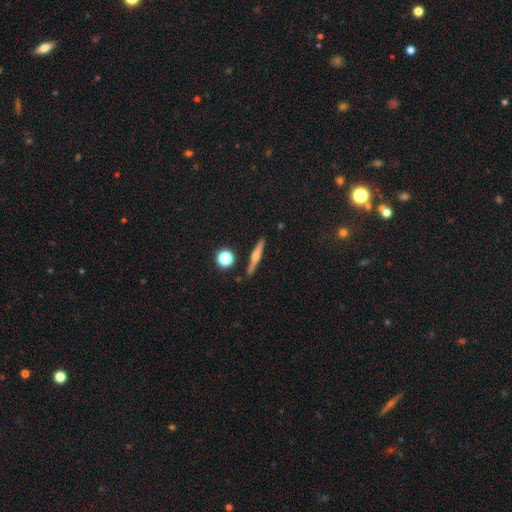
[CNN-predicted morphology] smooth-or-featured: featured or disk: 64% | smooth: 27% | star or artifact: 8%
  disk-edge-on: yes: 97% | no: 3%
    edge-on-bulge: rounded: 90% | none: 5% | boxy: 5%
  merging: none: 89% | minor disturbance: 7% | merger: 2% | major disturbance: 2%